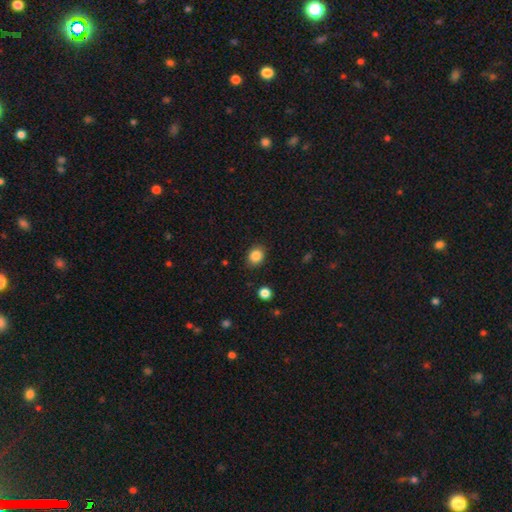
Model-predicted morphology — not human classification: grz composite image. It shows a smooth galaxy with no disk features (86%) that is round (59%). Merging: none (88%).